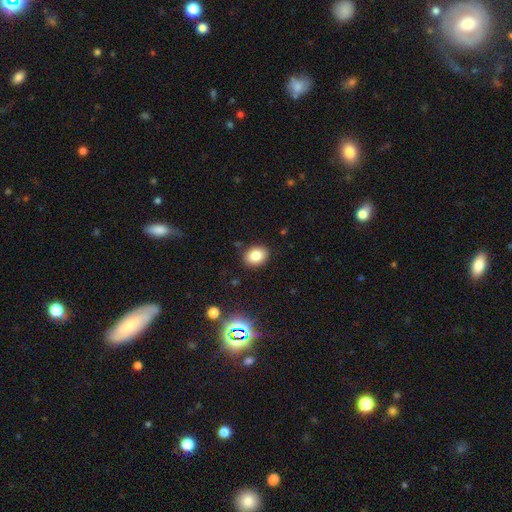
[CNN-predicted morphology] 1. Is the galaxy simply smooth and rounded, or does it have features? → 82% smooth, 11% star or artifact, 7% featured or disk.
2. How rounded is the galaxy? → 58% in between, 41% round, 1% cigar-shaped.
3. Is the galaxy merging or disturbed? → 88% none, 8% minor disturbance, 2% major disturbance, 2% merger.